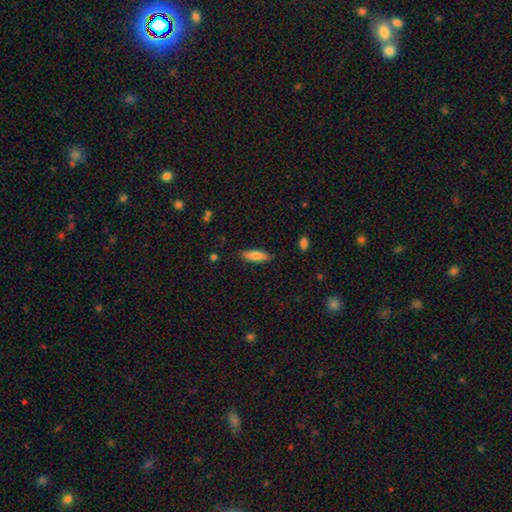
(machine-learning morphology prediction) Smooth or featured? smooth (84%)
How rounded? in between (53%)
Merging? none (86%)